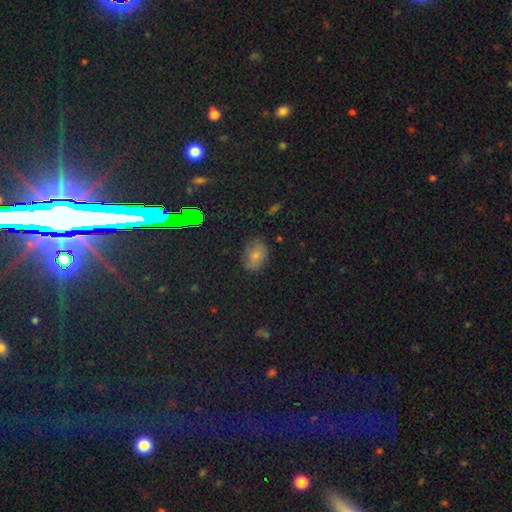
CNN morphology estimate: type=smooth (66%); roundness=in between (74%); merging=none (73%).